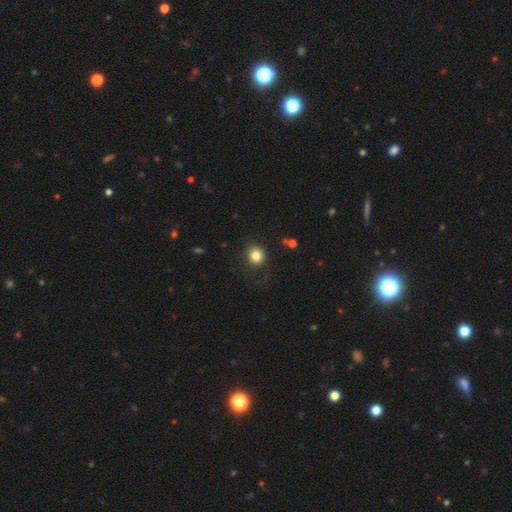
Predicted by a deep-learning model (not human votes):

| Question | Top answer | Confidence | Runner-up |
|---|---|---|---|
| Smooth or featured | smooth | 82% | star or artifact (11%) |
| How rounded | round | 82% | in between (17%) |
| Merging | none | 79% | minor disturbance (12%) |